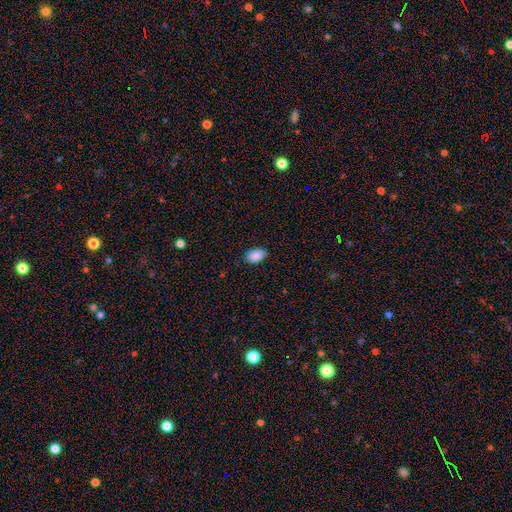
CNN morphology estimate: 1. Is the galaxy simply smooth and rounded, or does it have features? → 88% smooth, 7% star or artifact, 4% featured or disk.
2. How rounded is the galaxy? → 92% in between, 7% round, 1% cigar-shaped.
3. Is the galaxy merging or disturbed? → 85% none, 12% minor disturbance, 2% major disturbance, 1% merger.